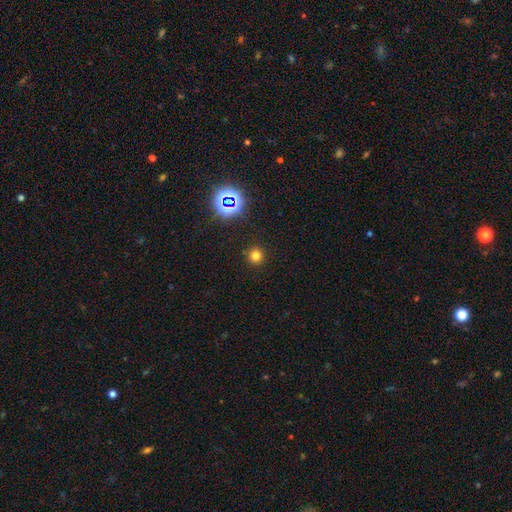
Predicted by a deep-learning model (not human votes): Morphology: type=smooth (73%); roundness=round (94%); merging=none (91%).